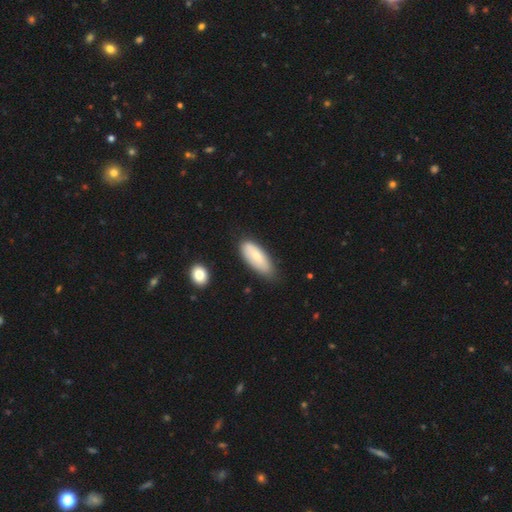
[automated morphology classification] type=smooth (74%); roundness=in between (76%); merging=none (69%).